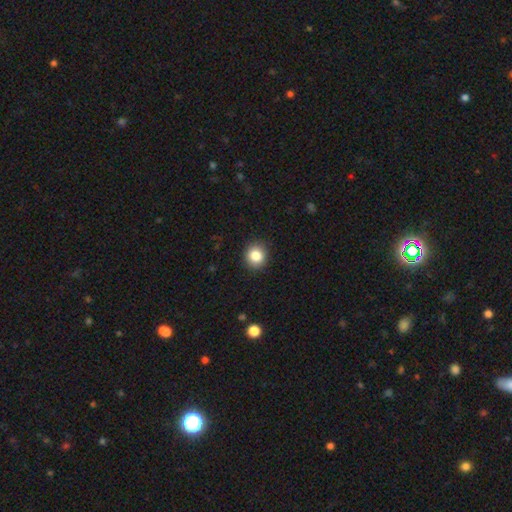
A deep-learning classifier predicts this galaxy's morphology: A smooth galaxy with no disk features (84%) that is round (87%).

Vote fractions:
- Smooth or featured? smooth: 84% / star or artifact: 10% / featured or disk: 6%
- How rounded? round: 87% / in between: 12% / cigar-shaped: 1%
- Merging? none: 91% / minor disturbance: 6% / major disturbance: 2% / merger: 1%